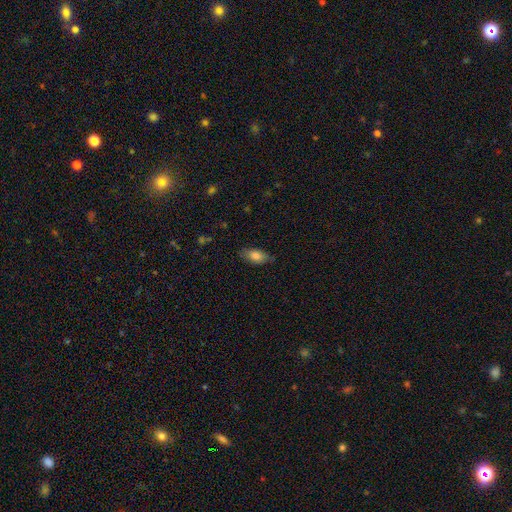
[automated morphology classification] type=smooth (80%); roundness=in between (88%); merging=none (78%).